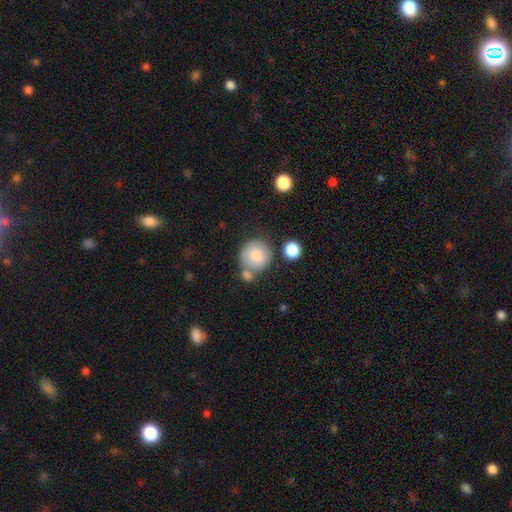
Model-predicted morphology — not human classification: Overall: smooth (83%). How rounded: round (90%). Merging: none (60%).